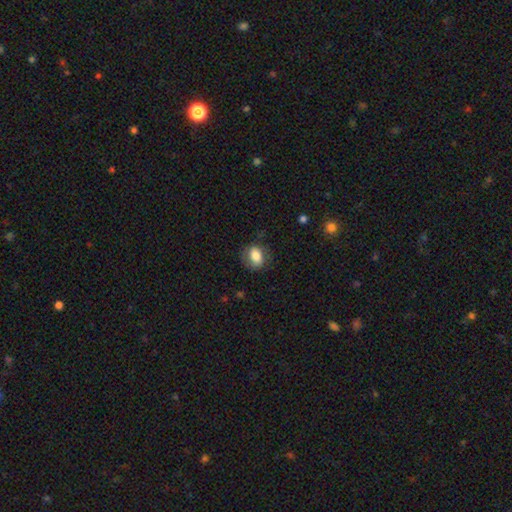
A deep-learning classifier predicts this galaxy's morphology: Smooth or featured: smooth — 76% (featured or disk — 16%)
How rounded: in between — 68% (round — 30%)
Merging: none — 72% (minor disturbance — 19%)